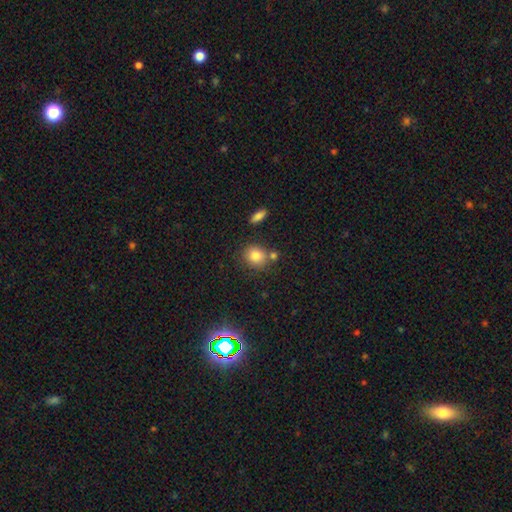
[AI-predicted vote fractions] Smooth or featured? smooth (82%)
How rounded? round (71%)
Merging? none (70%)